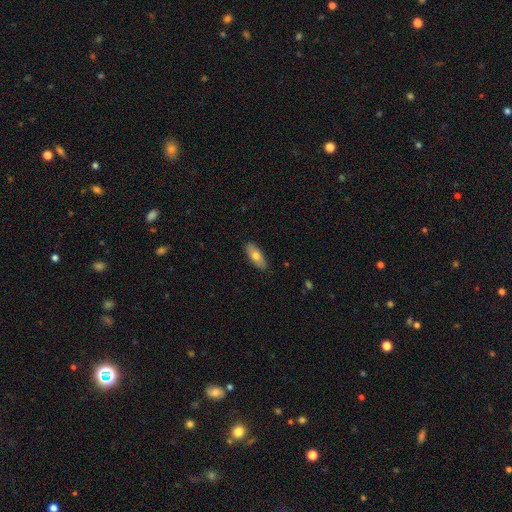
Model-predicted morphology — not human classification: Overall: smooth (71%). How rounded: in between (78%). Merging: none (88%).